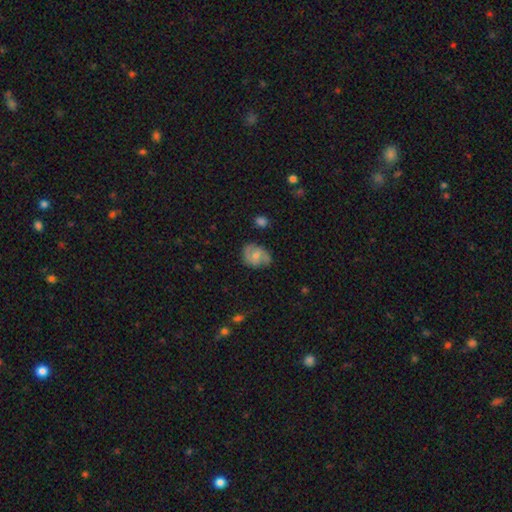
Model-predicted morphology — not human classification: This is possibly a smooth galaxy (52%). How rounded: possibly in between (54%). Merging: possibly none (59%).